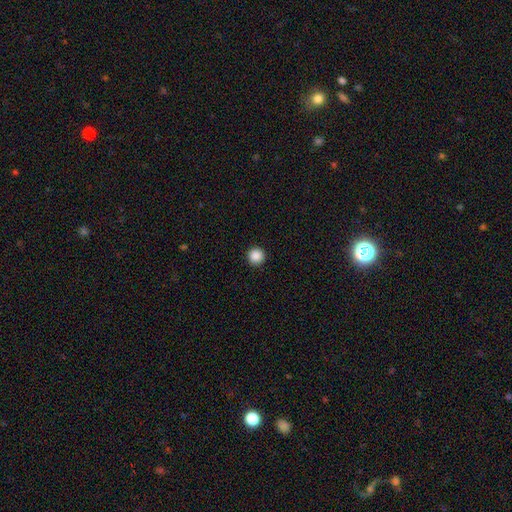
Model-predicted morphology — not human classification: Smooth or featured? smooth (88%)
How rounded? round (96%)
Merging? none (93%)